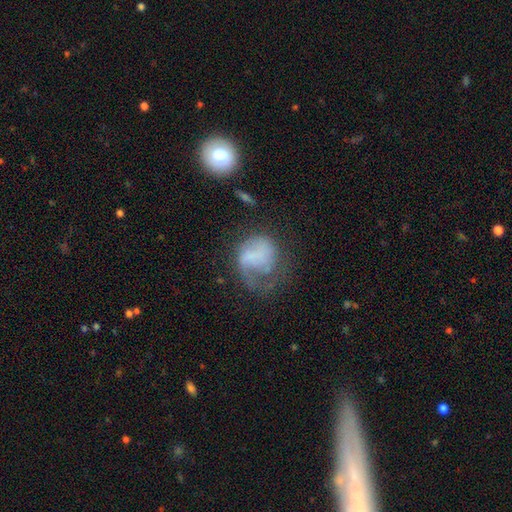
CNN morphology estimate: smooth_or_featured: featured or disk (p=0.48) [alt: smooth p=0.42]
merging: major disturbance (p=0.43) [alt: none p=0.31]